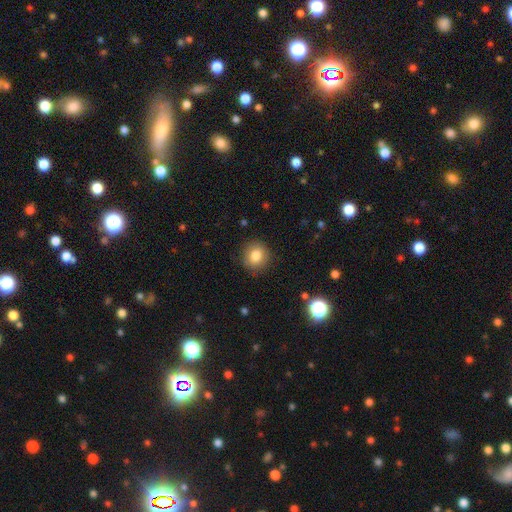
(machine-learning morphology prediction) smooth_or_featured: smooth (p=0.82) [alt: star or artifact p=0.10]
how_rounded: round (p=0.86) [alt: in between p=0.13]
merging: none (p=0.88) [alt: minor disturbance p=0.08]